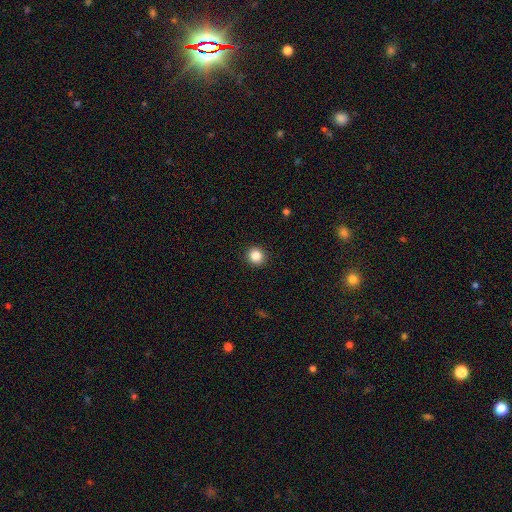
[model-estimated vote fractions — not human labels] Smooth or featured? smooth (86%)
How rounded? round (92%)
Merging? none (92%)